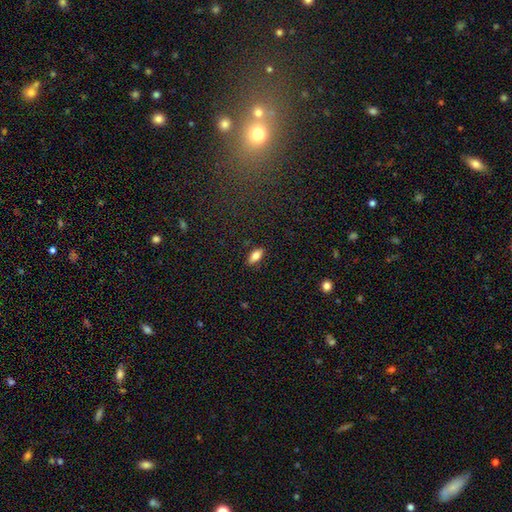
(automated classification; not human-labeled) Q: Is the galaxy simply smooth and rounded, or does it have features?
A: smooth — 79%.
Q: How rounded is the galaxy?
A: in between — 86%.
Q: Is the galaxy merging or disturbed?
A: none — 87%.